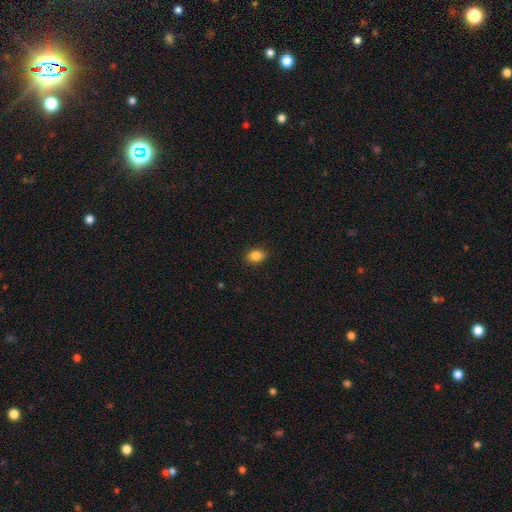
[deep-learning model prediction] smooth-or-featured: smooth: 86% | star or artifact: 10% | featured or disk: 5%
  how-rounded: in between: 64% | round: 35% | cigar-shaped: 1%
  merging: none: 89% | minor disturbance: 8% | major disturbance: 2% | merger: 1%